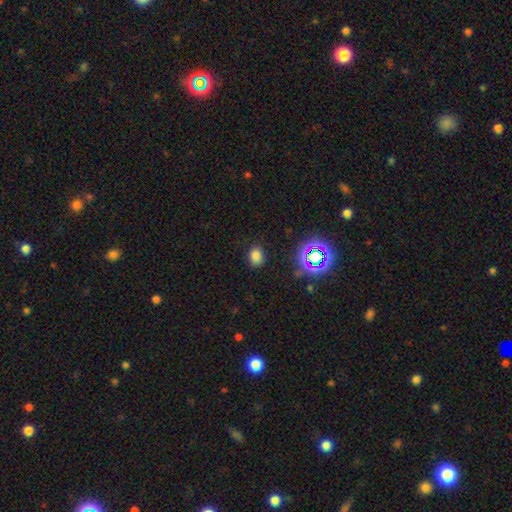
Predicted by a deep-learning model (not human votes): Overall: smooth (75%). How rounded: in between (58%; round 41%). Merging: none (82%).